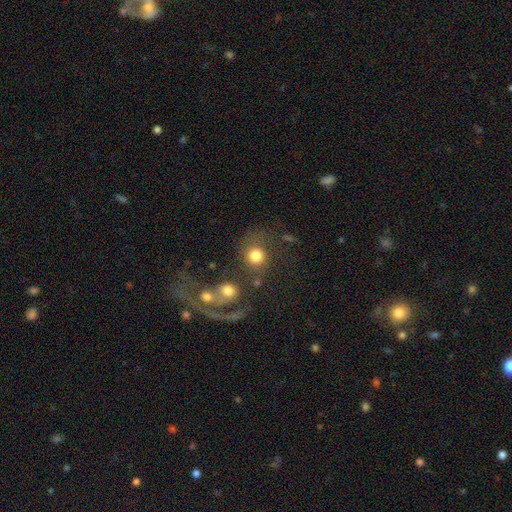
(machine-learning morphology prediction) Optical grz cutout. It shows a smooth galaxy with no disk features (78%) that is round (84%). Merging: none (54%).